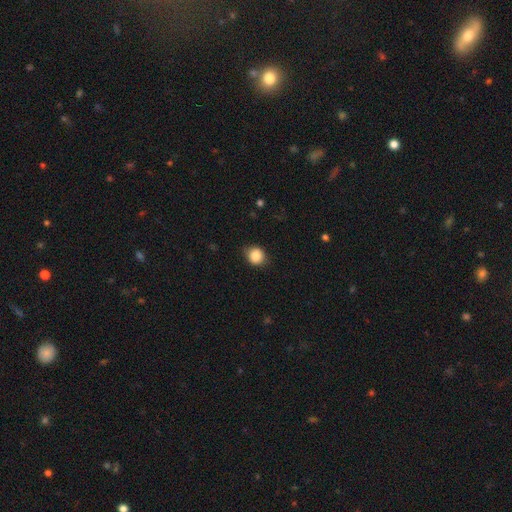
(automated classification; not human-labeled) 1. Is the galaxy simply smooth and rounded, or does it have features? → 86% smooth, 9% star or artifact, 5% featured or disk.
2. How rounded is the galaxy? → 76% round, 23% in between, 1% cigar-shaped.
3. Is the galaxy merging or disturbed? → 82% none, 14% minor disturbance, 3% major disturbance, 1% merger.